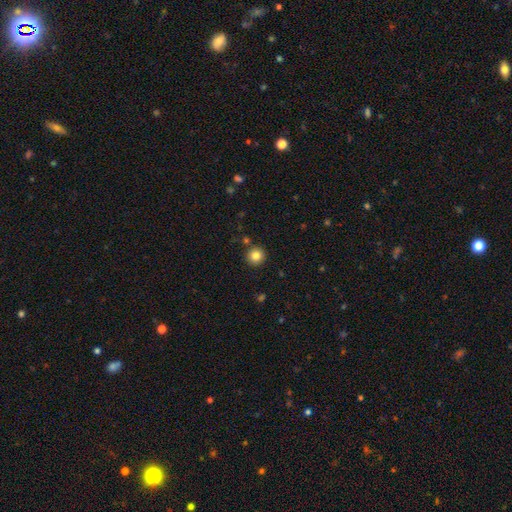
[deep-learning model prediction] A smooth galaxy with no disk features (83%) that is round (95%).

Vote fractions:
- Smooth or featured? smooth: 83% / star or artifact: 11% / featured or disk: 6%
- How rounded? round: 95% / in between: 4% / cigar-shaped: 1%
- Merging? none: 89% / minor disturbance: 6% / merger: 3% / major disturbance: 2%